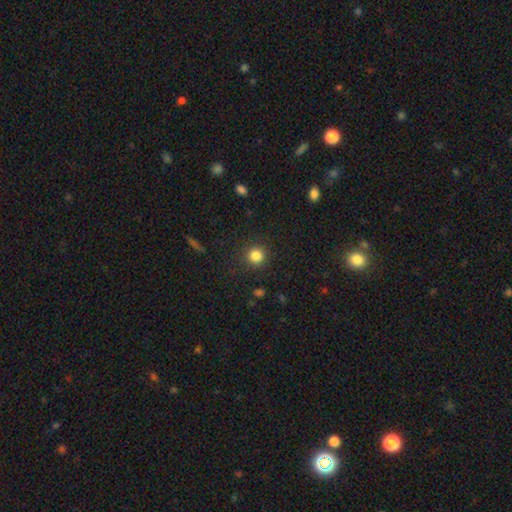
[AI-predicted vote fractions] Smooth or featured?
  - smooth: 84% *
  - star or artifact: 12%
  - featured or disk: 4%
How rounded?
  - round: 93% *
  - in between: 6%
  - cigar-shaped: 1%
Merging?
  - none: 90% *
  - minor disturbance: 6%
  - major disturbance: 3%
  - merger: 1%